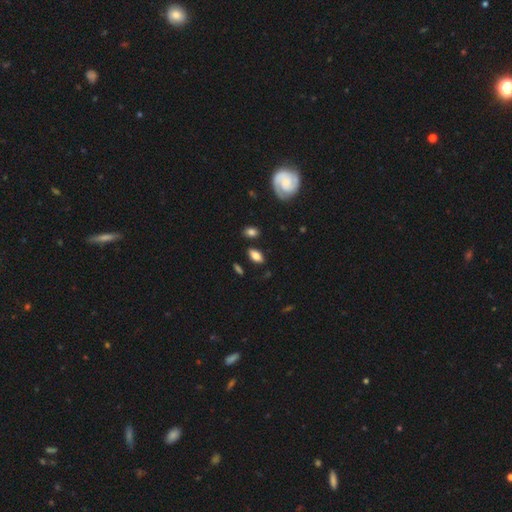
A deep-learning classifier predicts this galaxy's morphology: This is likely a smooth galaxy (77%). How rounded: clearly in between (90%). Merging: clearly none (83%).